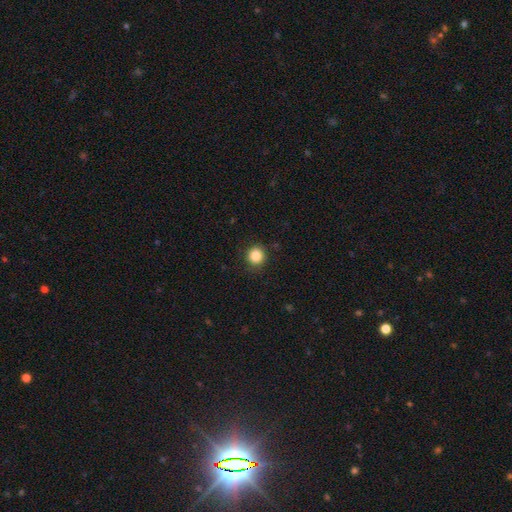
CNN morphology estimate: Smooth or featured? Predicted: smooth (p=0.86). How rounded? Predicted: round (p=0.93). Merging? Predicted: none (p=0.90).